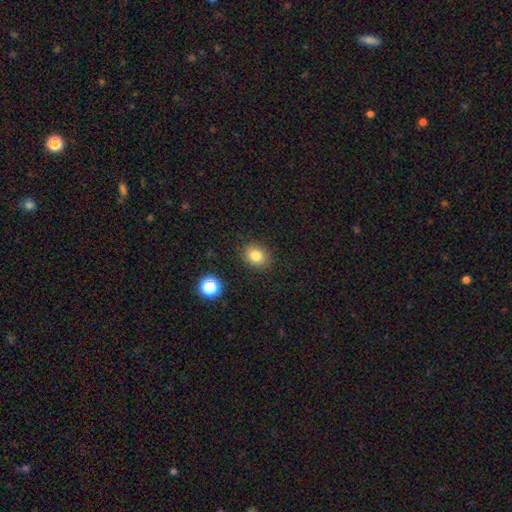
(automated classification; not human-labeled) smooth_or_featured: smooth (p=0.81) [alt: star or artifact p=0.12]
how_rounded: round (p=0.54) [alt: in between p=0.45]
merging: none (p=0.87) [alt: minor disturbance p=0.09]